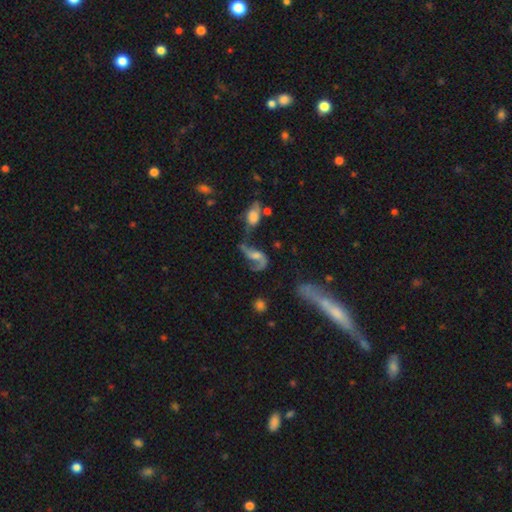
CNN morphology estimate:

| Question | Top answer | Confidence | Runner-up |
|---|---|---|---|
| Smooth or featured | featured or disk | 77% | smooth (14%) |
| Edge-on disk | no | 96% | yes (4%) |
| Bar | no | 49% | weak (39%) |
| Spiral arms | yes | 90% | no (10%) |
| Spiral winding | loose | 73% | medium (21%) |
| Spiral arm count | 2 | 78% | 1 (15%) |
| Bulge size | moderate | 37% | small (31%) |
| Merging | none | 30% | merger (28%) |